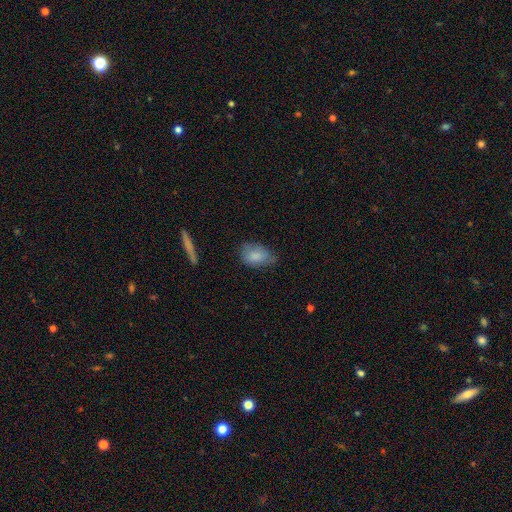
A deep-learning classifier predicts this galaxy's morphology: Smooth or featured?
  - smooth: 82% *
  - featured or disk: 11%
  - star or artifact: 7%
How rounded?
  - in between: 86% *
  - round: 12%
  - cigar-shaped: 2%
Merging?
  - none: 57% *
  - minor disturbance: 33%
  - major disturbance: 9%
  - merger: 2%